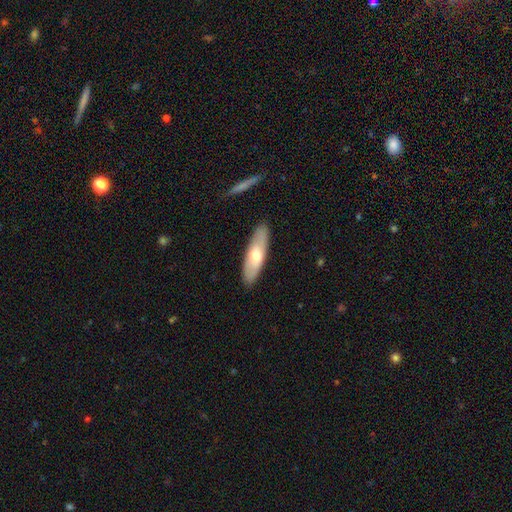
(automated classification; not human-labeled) A smooth galaxy with no disk features (56%) that is in between round and cigar-shaped (51%). Merging: none (89%).